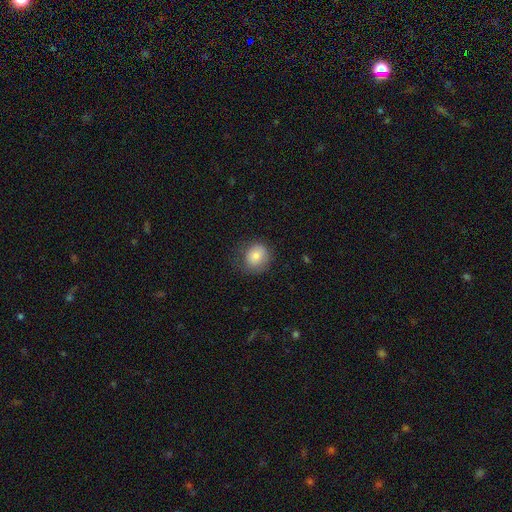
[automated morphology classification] smooth-or-featured: smooth: 80% | featured or disk: 11% | star or artifact: 9%
  how-rounded: round: 74% | in between: 25% | cigar-shaped: 1%
  merging: none: 65% | minor disturbance: 24% | major disturbance: 10% | merger: 1%